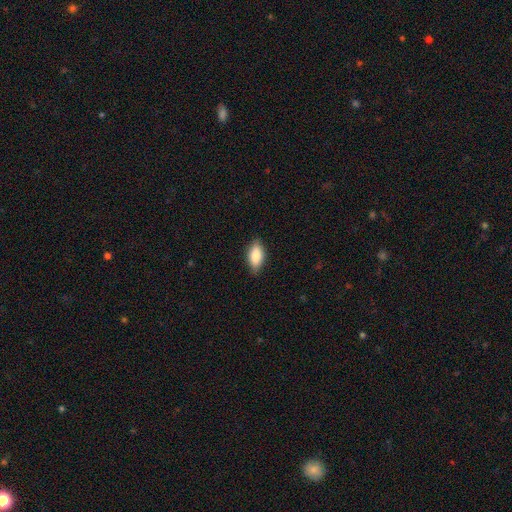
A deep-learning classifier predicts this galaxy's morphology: Overall: smooth (83%). How rounded: in between (88%). Merging: none (85%).